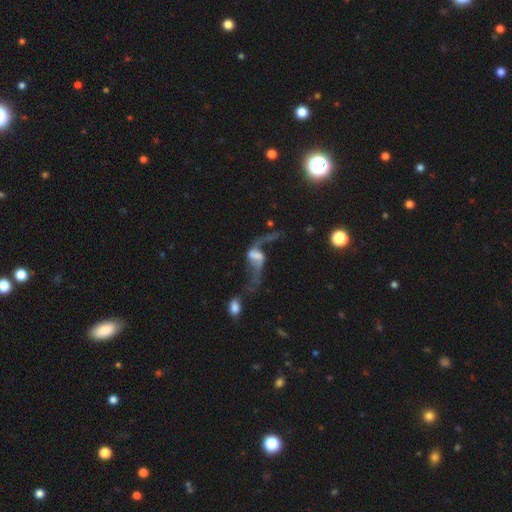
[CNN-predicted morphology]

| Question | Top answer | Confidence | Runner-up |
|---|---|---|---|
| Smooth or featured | featured or disk | 78% | smooth (13%) |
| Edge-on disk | no | 95% | yes (5%) |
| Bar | weak | 41% | no (30%) |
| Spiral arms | yes | 85% | no (15%) |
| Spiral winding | loose | 91% | medium (7%) |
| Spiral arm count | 2 | 87% | 1 (7%) |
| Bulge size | none | 43% | small (20%) |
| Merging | major disturbance | 32% | merger (29%) |